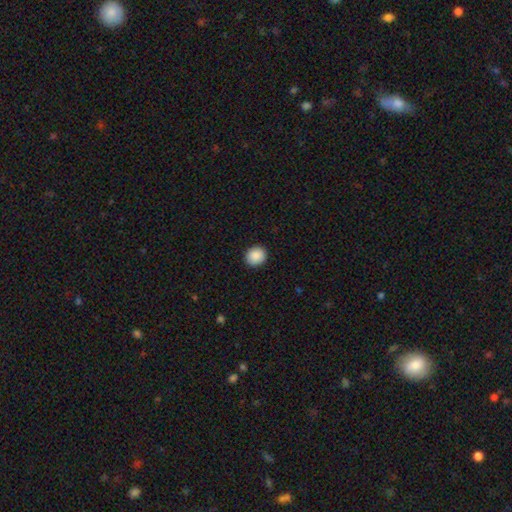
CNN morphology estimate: This appears to be a smooth galaxy with no disk features (89%) that is round (76%). Merging: none (91%).